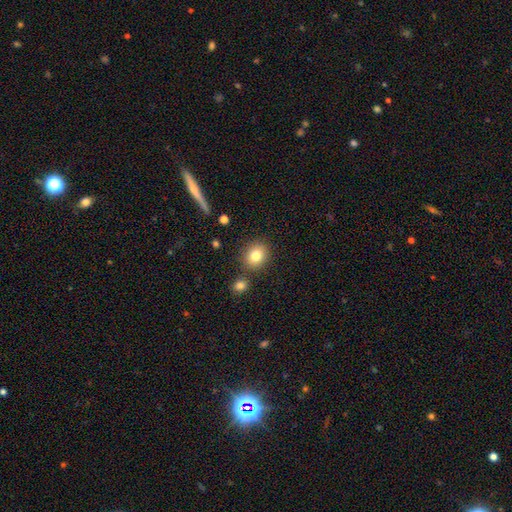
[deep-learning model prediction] Q: Smooth or featured?
A: smooth (82%); runner-up: star or artifact (10%)
Q: How rounded?
A: round (74%); runner-up: in between (25%)
Q: Merging?
A: none (80%); runner-up: minor disturbance (9%)